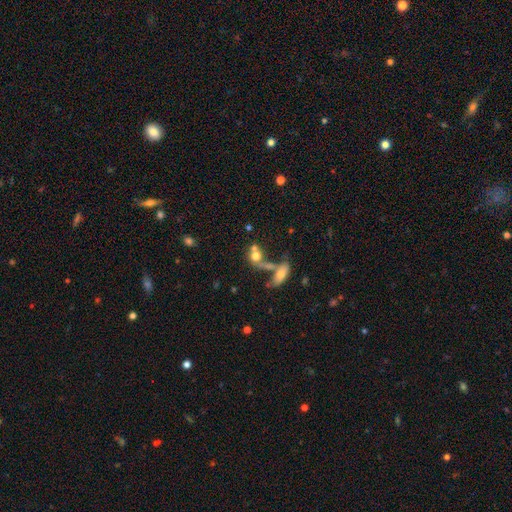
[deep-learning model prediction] A smooth galaxy with no disk features (65%) that is in between round and cigar-shaped (47%, tied with round). Merging: merger (58%).